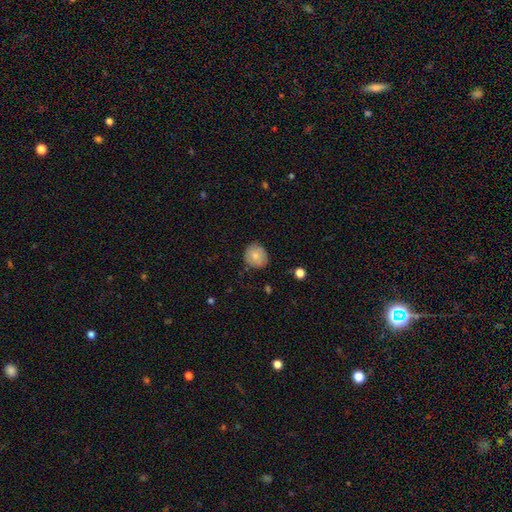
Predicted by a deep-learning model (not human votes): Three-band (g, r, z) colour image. It shows a smooth galaxy with no disk features (78%) that is round (79%). Merging: none (76%).